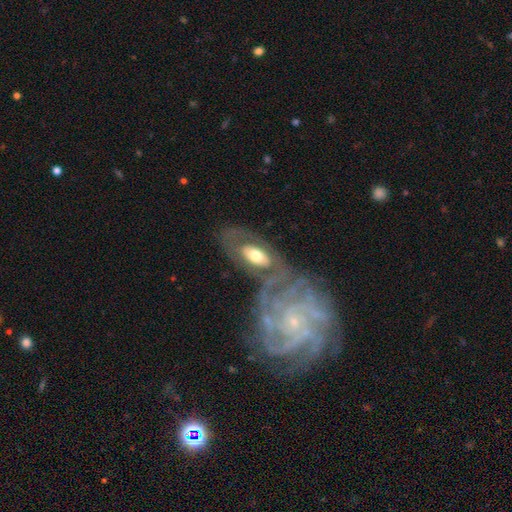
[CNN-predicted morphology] featured or disk 57%, smooth 37%, star or artifact 6%. Down the decision tree: edge-on disk — no (91%); bar — no (76%); spiral arms — no (52%); bulge size — moderate (58%); merging — none (59%).